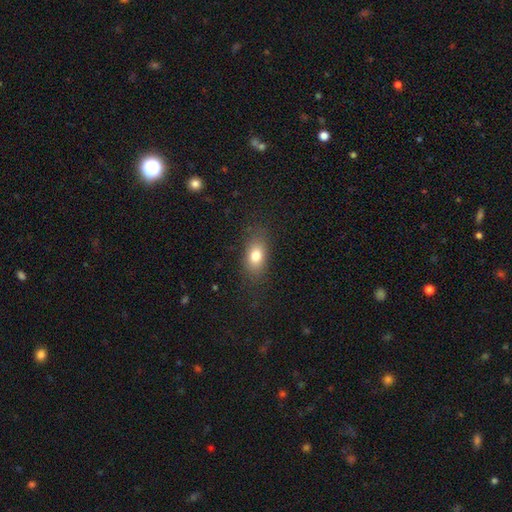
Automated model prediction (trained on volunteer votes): Q: Smooth or featured?
A: smooth (78%); runner-up: featured or disk (12%)
Q: How rounded?
A: in between (81%); runner-up: round (15%)
Q: Merging?
A: none (81%); runner-up: minor disturbance (13%)